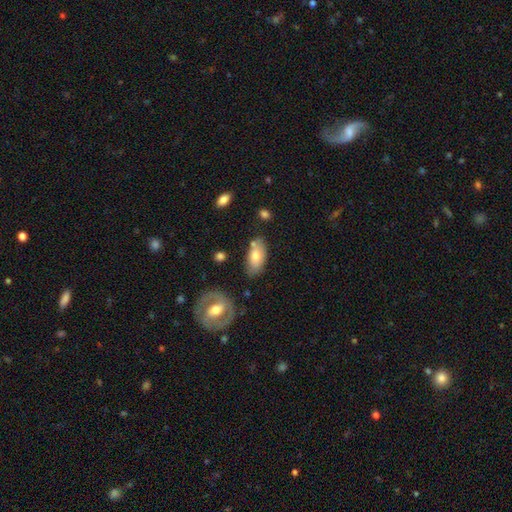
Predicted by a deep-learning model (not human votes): Overall: smooth (72%). How rounded: in between (90%). Merging: none (70%).